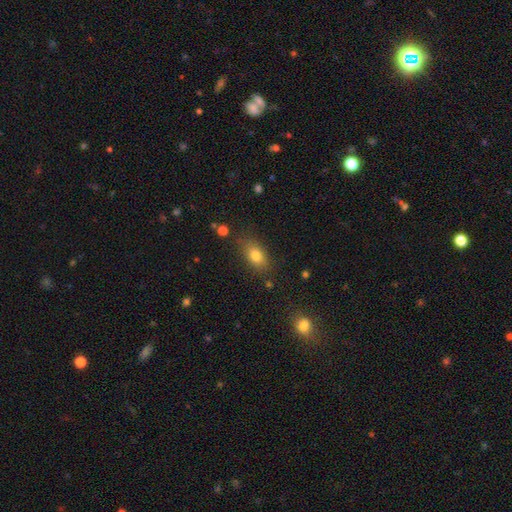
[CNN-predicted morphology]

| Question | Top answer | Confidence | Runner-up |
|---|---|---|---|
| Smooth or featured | smooth | 80% | star or artifact (11%) |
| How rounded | in between | 82% | round (13%) |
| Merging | none | 79% | minor disturbance (14%) |